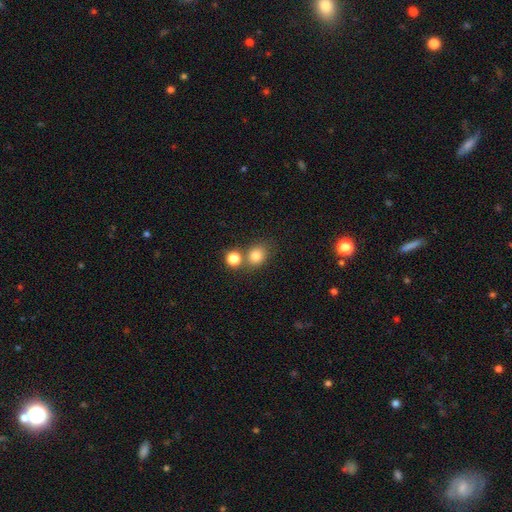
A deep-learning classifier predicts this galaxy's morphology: This is likely a smooth galaxy (80%). How rounded: likely round (68%). Merging: possibly none (59%).